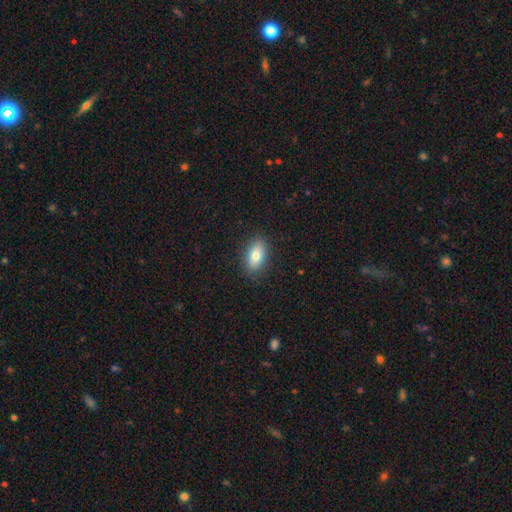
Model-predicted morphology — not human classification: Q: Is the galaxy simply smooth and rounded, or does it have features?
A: smooth — 79%.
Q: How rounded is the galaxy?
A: in between — 86%.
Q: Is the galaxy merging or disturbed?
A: none — 87%.